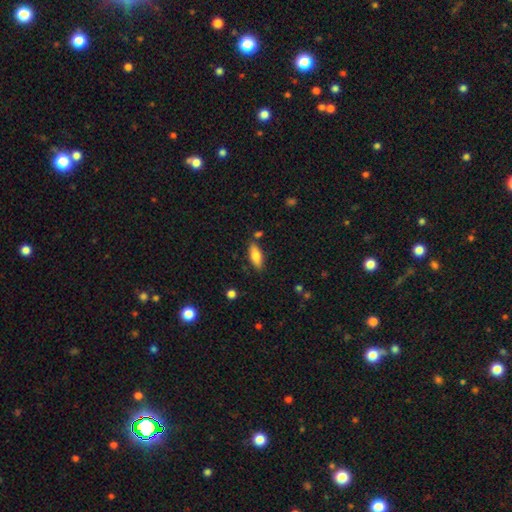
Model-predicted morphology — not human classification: Smooth or featured? Predicted: smooth (p=0.76). How rounded? Predicted: in between (p=0.72). Merging? Predicted: none (p=0.81).